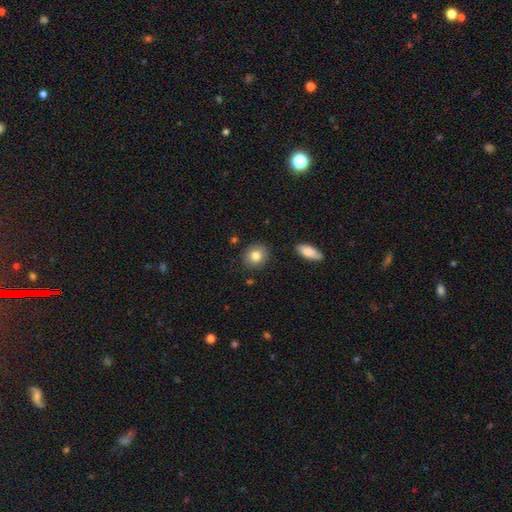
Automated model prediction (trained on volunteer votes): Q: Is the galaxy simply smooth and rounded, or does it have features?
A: smooth — 83%.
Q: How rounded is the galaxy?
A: round — 75%.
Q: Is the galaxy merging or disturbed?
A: none — 87%.